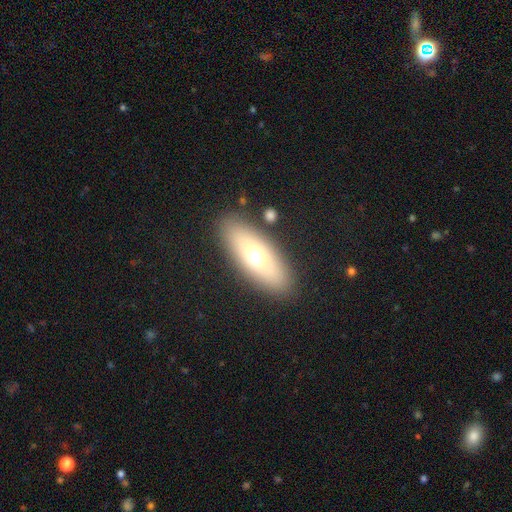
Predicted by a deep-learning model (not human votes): smooth_or_featured: smooth (p=0.62) [alt: featured or disk p=0.28]
how_rounded: in between (p=0.73) [alt: cigar-shaped p=0.21]
merging: none (p=0.85) [alt: minor disturbance p=0.09]